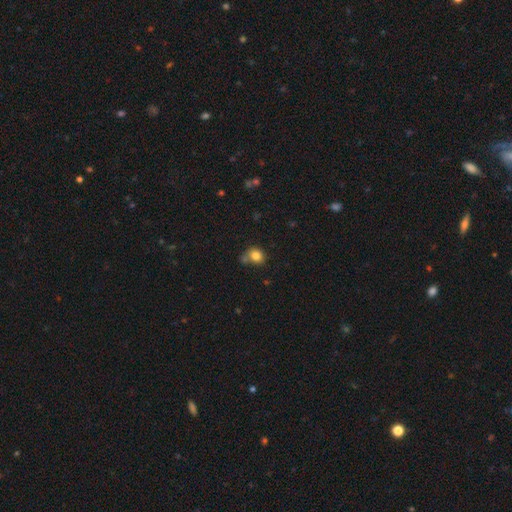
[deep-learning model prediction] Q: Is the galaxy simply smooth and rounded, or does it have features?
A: smooth — 81%.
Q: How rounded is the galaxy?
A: round — 73%.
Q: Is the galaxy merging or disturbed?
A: none — 56%.